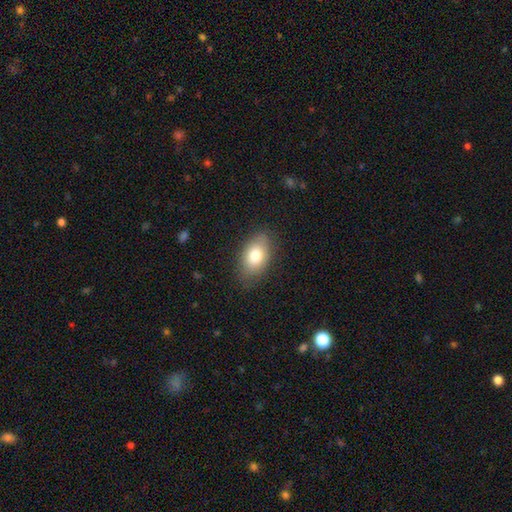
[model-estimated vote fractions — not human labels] Q: Smooth or featured?
A: smooth (78%); runner-up: featured or disk (15%)
Q: How rounded?
A: in between (90%); runner-up: round (9%)
Q: Merging?
A: none (80%); runner-up: minor disturbance (15%)